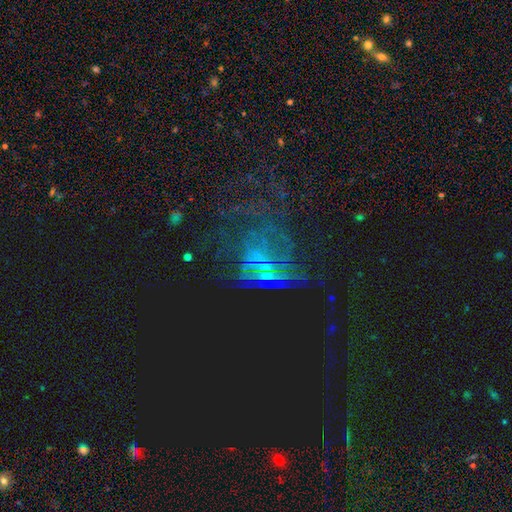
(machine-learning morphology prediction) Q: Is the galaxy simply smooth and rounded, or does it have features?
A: star or artifact — 60%.